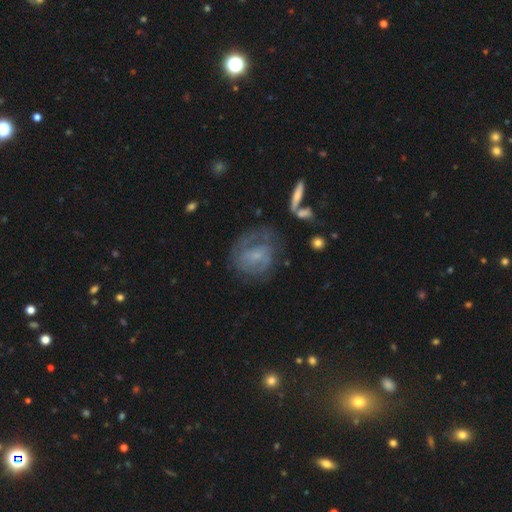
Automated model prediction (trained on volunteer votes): smooth-or-featured: featured or disk: 65% | smooth: 25% | star or artifact: 10%
  disk-edge-on: no: 96% | yes: 4%
    bar: no: 50% | weak: 39% | strong: 10%
    has-spiral-arms: yes: 77% | no: 23%
    bulge-size: small: 57% | none: 20% | moderate: 18% | large: 3% | dominant: 1%
  merging: none: 58% | minor disturbance: 20% | major disturbance: 19% | merger: 3%